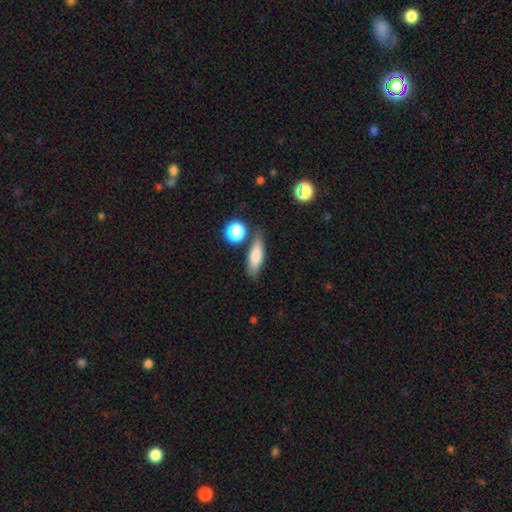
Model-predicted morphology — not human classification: A smooth galaxy with no disk features (80%) that is in between round and cigar-shaped (55%).

Vote fractions:
- Smooth or featured? smooth: 80% / featured or disk: 12% / star or artifact: 8%
- How rounded? in between: 55% / cigar-shaped: 40% / round: 5%
- Merging? none: 72% / minor disturbance: 15% / merger: 8% / major disturbance: 5%